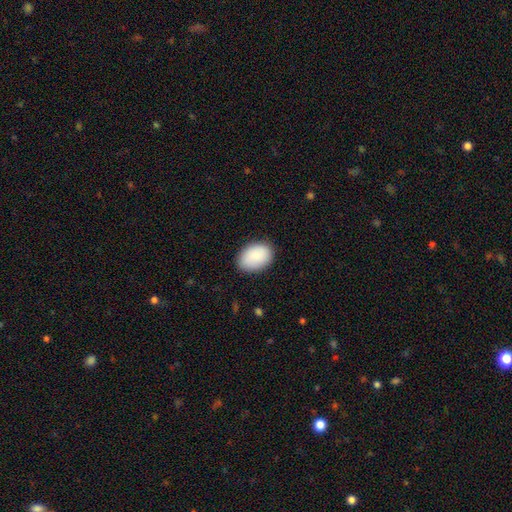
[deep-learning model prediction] The model was most divided on "how rounded": in between: 84%, round: 15%, cigar-shaped: 1%. More confident: smooth or featured — smooth (89%); merging — none (85%).